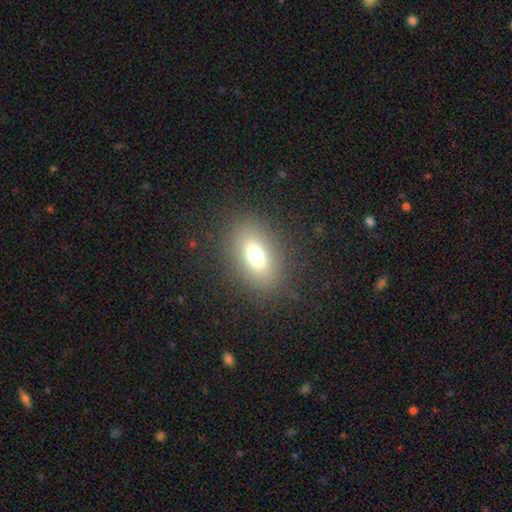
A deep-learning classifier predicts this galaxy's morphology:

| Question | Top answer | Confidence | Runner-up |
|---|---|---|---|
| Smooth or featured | smooth | 68% | featured or disk (17%) |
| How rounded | in between | 78% | round (19%) |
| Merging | none | 83% | minor disturbance (10%) |